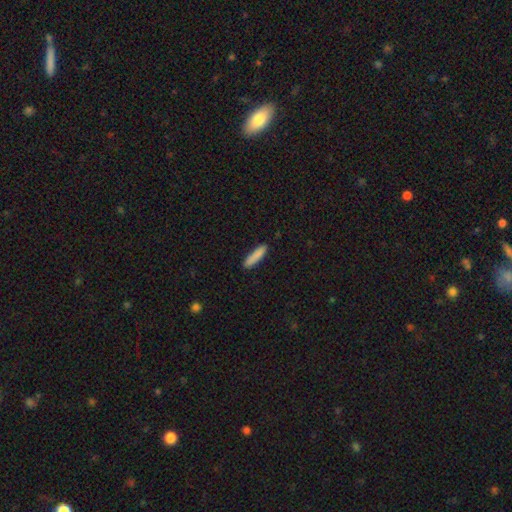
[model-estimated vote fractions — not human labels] smooth 87%, featured or disk 7%, star or artifact 6%. Down the decision tree: how rounded — cigar-shaped (82%); merging — none (88%).